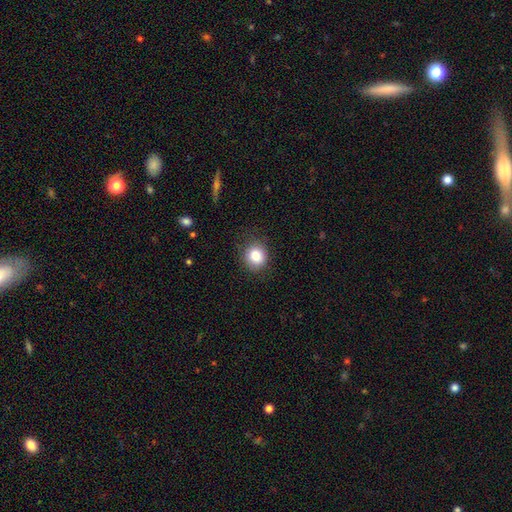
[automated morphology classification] Q: Smooth or featured?
A: smooth (83%); runner-up: star or artifact (10%)
Q: How rounded?
A: round (76%); runner-up: in between (23%)
Q: Merging?
A: none (83%); runner-up: minor disturbance (13%)